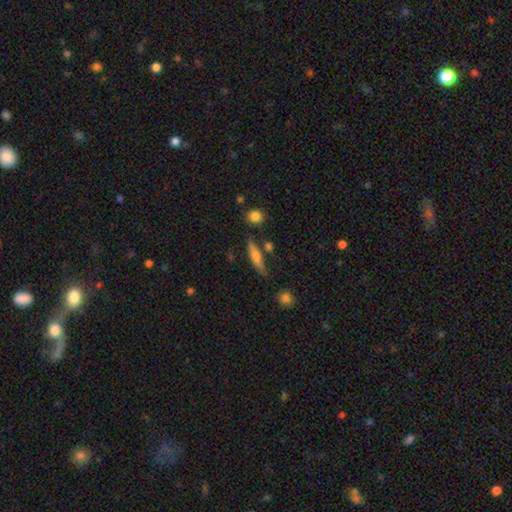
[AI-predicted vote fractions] Smooth or featured?
  - smooth: 55% *
  - featured or disk: 38%
  - star or artifact: 7%
How rounded?
  - cigar-shaped: 83% *
  - in between: 14%
  - round: 3%
Merging?
  - none: 77% *
  - minor disturbance: 13%
  - merger: 7%
  - major disturbance: 3%